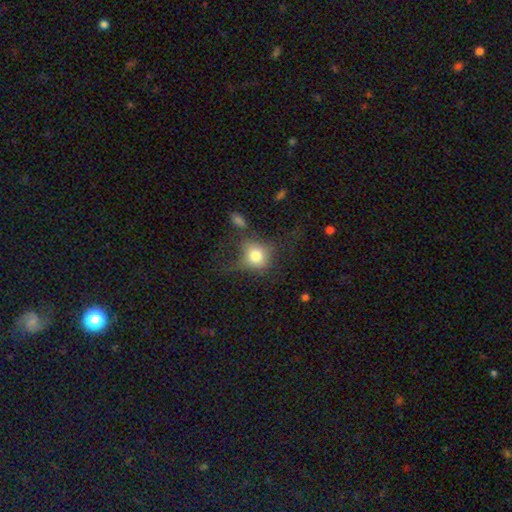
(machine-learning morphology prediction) Overall: smooth (73%). How rounded: round (71%). Merging: none (47%; major disturbance 24%).